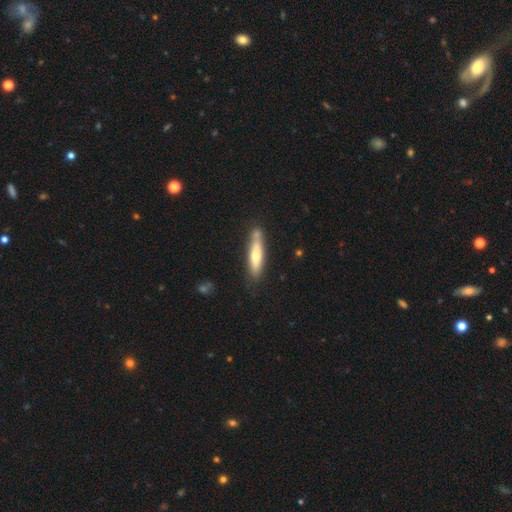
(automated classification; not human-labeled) smooth 55%, featured or disk 39%, star or artifact 6%. Down the decision tree: how rounded — cigar-shaped (82%); merging — none (73%).